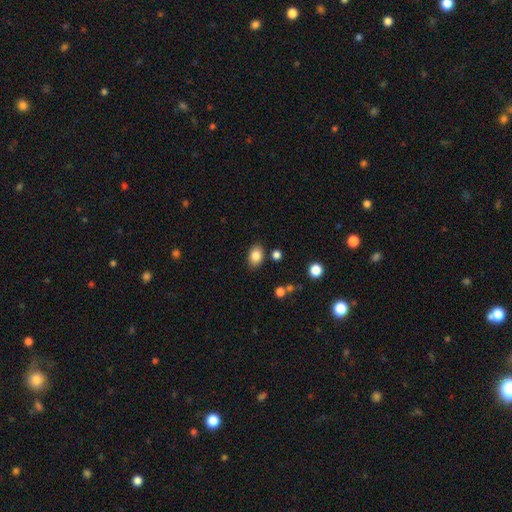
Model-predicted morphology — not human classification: This is clearly a smooth galaxy (84%). How rounded: clearly in between (81%). Merging: clearly none (83%).